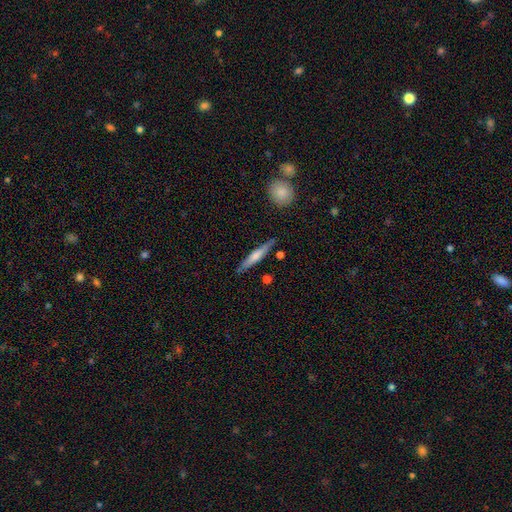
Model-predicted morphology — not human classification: A smooth galaxy with no disk features (56%) that is cigar-shaped (91%). Merging: none (83%).